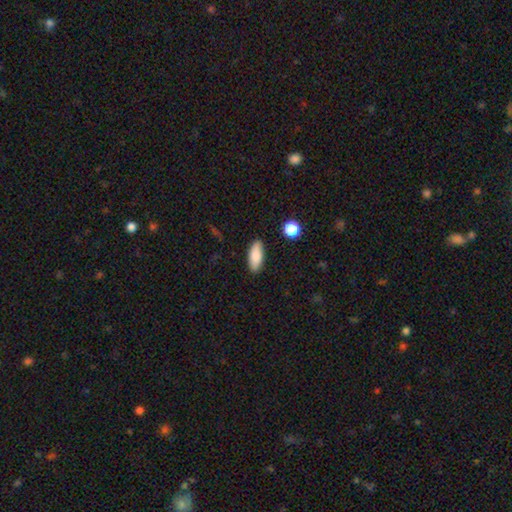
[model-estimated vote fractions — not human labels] smooth 85%, featured or disk 8%, star or artifact 7%. Down the decision tree: how rounded — in between (80%); merging — none (87%).